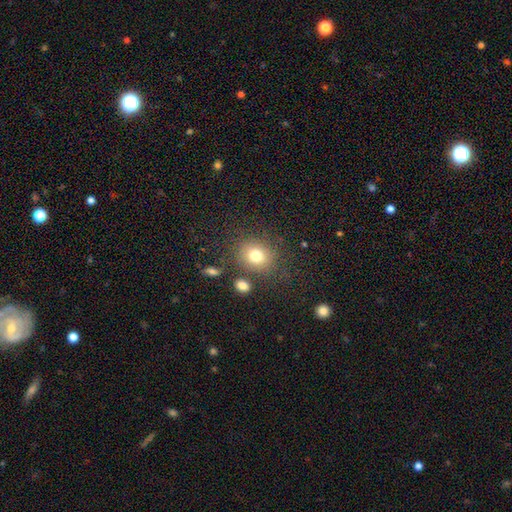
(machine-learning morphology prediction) This is likely a smooth galaxy (78%). How rounded: likely round (67%). Merging: likely none (77%).